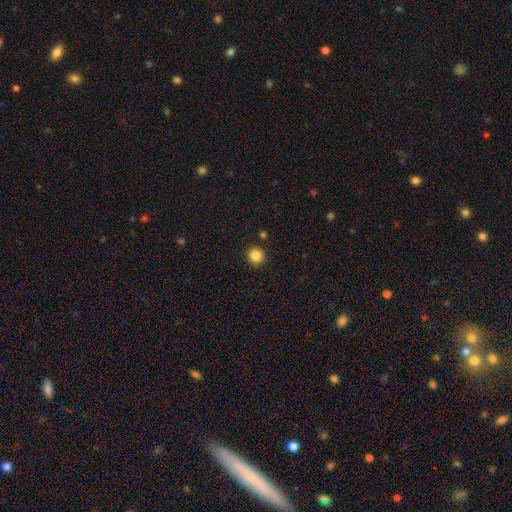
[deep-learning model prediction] Smooth or featured?
  - smooth: 86% *
  - star or artifact: 11%
  - featured or disk: 3%
How rounded?
  - round: 93% *
  - in between: 6%
  - cigar-shaped: 1%
Merging?
  - none: 89% *
  - minor disturbance: 6%
  - merger: 2%
  - major disturbance: 2%